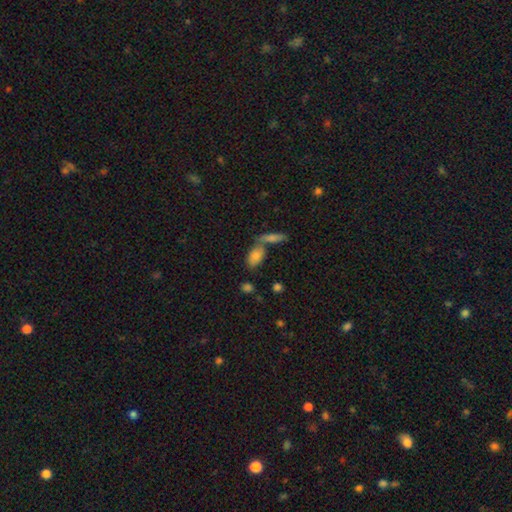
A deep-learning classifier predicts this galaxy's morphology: A smooth galaxy with no disk features (78%) that is in between round and cigar-shaped (87%). Merging: none (49%).